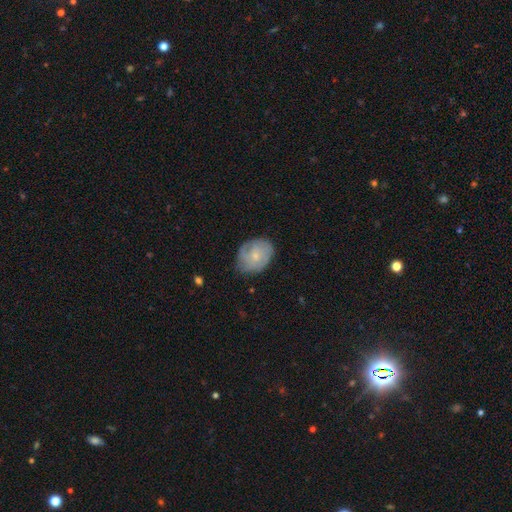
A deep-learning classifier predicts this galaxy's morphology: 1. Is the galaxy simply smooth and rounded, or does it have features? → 51% smooth, 42% featured or disk, 7% star or artifact.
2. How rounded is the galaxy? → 60% in between, 39% round, 1% cigar-shaped.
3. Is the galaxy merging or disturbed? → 68% none, 24% minor disturbance, 7% major disturbance, 1% merger.